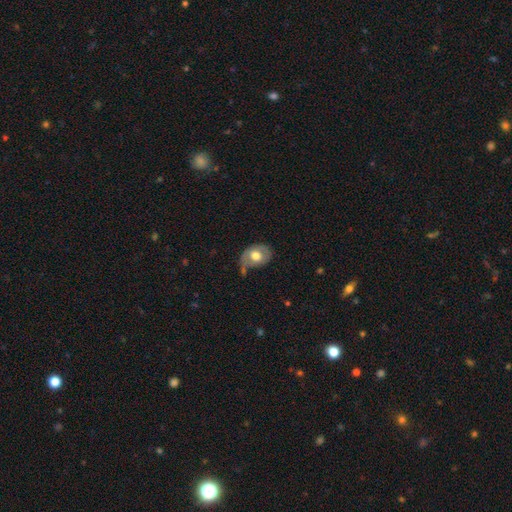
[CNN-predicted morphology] type=smooth (61%); roundness=in between (73%); merging=none (41%).